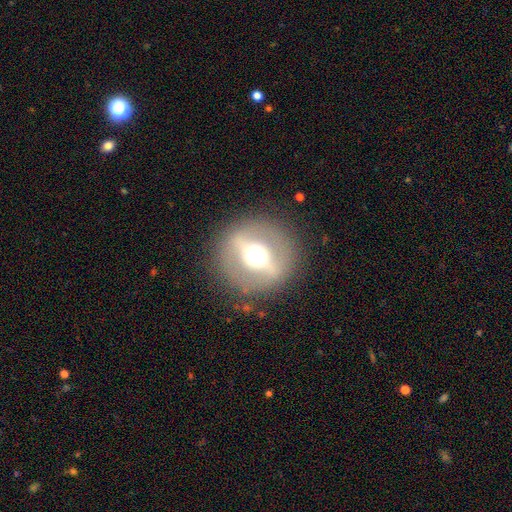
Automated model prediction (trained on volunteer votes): Q: Smooth or featured?
A: featured or disk (67%); runner-up: smooth (23%)
Q: Edge-on disk?
A: no (67%); runner-up: yes (33%)
Q: Merging?
A: none (86%); runner-up: minor disturbance (7%)